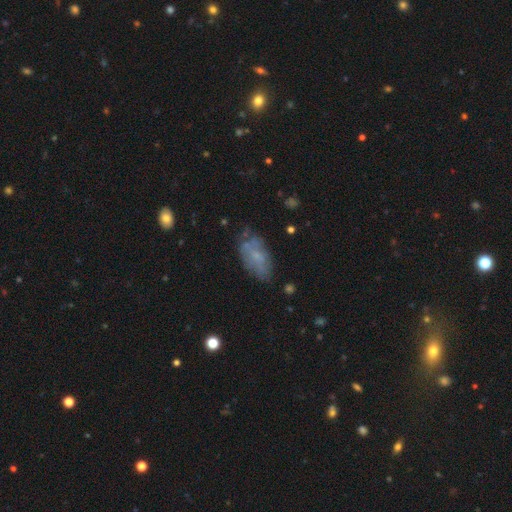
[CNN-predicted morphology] The model was most divided on "smooth or featured": smooth: 50%, featured or disk: 41%, star or artifact: 9%. More confident: merging — none (59%).